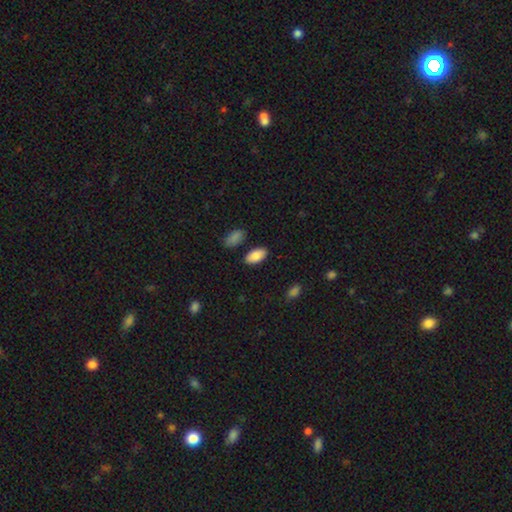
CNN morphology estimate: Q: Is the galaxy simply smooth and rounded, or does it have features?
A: smooth — 86%.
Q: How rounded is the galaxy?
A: in between — 94%.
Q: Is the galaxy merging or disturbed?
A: none — 86%.